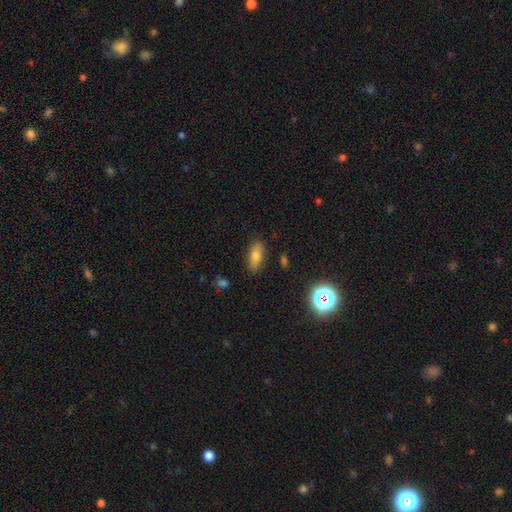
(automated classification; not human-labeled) Overall: smooth (75%). How rounded: in between (80%). Merging: none (85%).